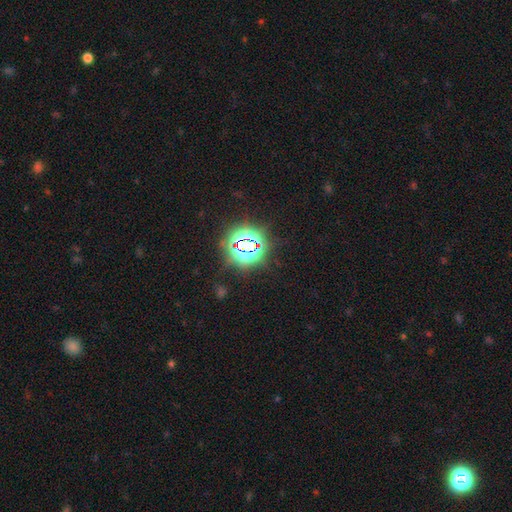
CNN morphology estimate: type=star or artifact (80%).